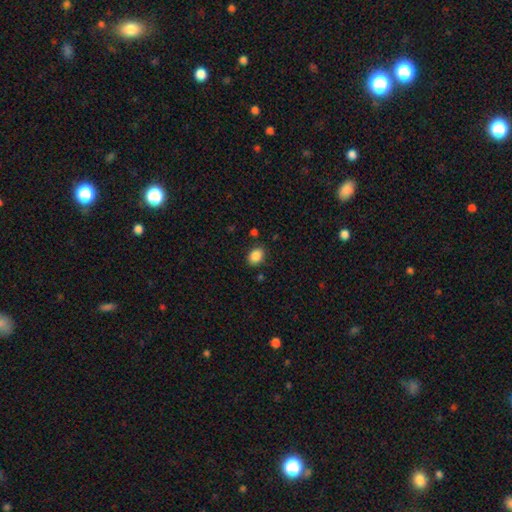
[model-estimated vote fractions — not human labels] A smooth galaxy with no disk features (87%) that is in between round and cigar-shaped (71%). Merging: none (83%).